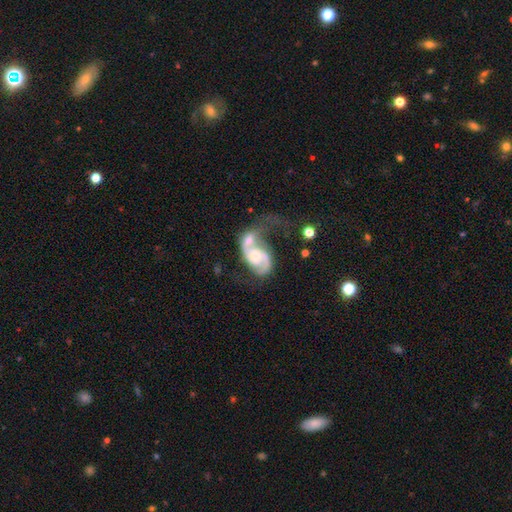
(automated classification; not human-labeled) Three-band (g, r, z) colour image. It shows a featured or disk galaxy (83%) with no bar (64%), 2 (83%) medium (46%) spiral arms (94%) and a moderate central bulge (57%). Merging: merger (50%).